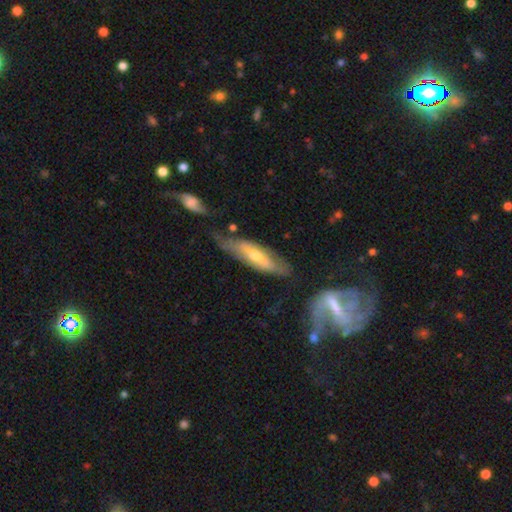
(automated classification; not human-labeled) Smooth or featured? Predicted: featured or disk (p=0.58). Edge-on disk? Predicted: yes (p=0.50, tied with no). Merging? Predicted: none (p=0.52).